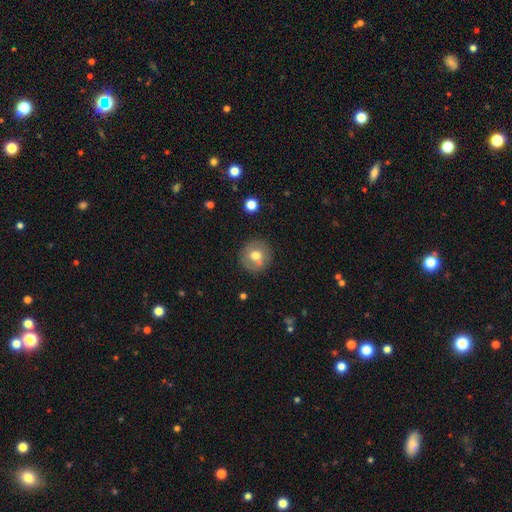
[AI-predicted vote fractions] Q: Smooth or featured?
A: smooth (67%); runner-up: featured or disk (24%)
Q: How rounded?
A: round (92%); runner-up: in between (8%)
Q: Merging?
A: none (78%); runner-up: minor disturbance (11%)